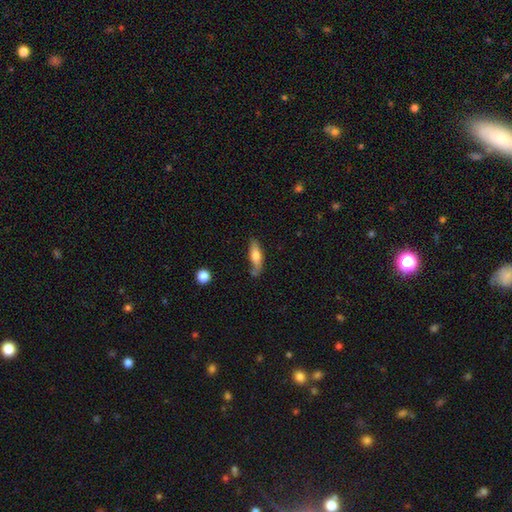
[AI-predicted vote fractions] Q: Smooth or featured?
A: smooth (66%); runner-up: featured or disk (28%)
Q: How rounded?
A: cigar-shaped (51%); runner-up: in between (47%)
Q: Merging?
A: none (61%); runner-up: minor disturbance (25%)